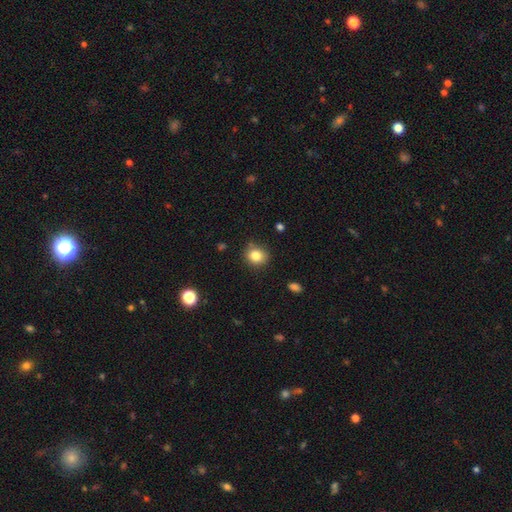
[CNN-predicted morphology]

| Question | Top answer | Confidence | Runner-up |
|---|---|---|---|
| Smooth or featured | smooth | 82% | star or artifact (11%) |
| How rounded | round | 78% | in between (21%) |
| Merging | none | 83% | minor disturbance (12%) |